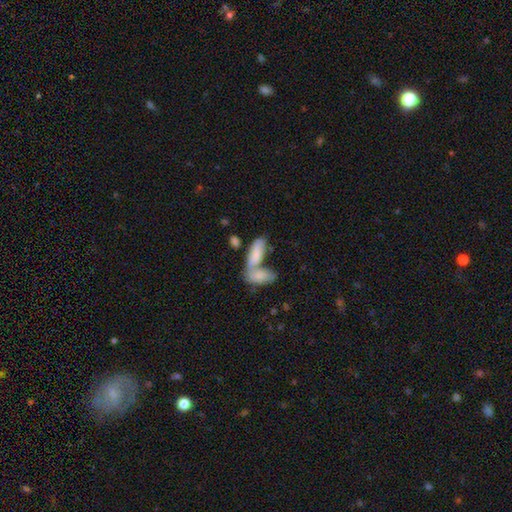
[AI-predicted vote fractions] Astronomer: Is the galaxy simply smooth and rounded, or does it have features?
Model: smooth — 74%.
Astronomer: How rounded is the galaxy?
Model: in between — 78%.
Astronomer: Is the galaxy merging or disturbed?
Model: merger — 65%.